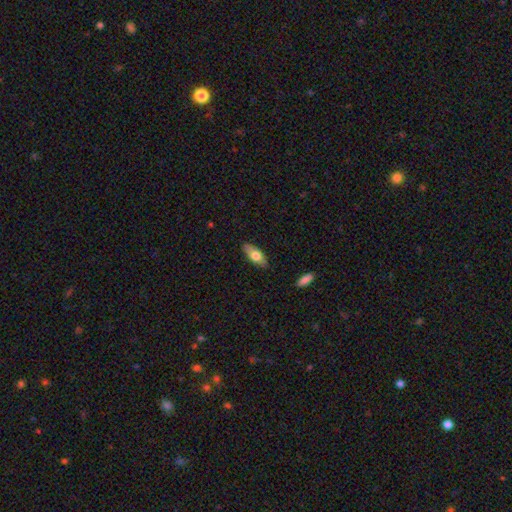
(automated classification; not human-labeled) Q: Smooth or featured?
A: smooth (67%); runner-up: featured or disk (27%)
Q: How rounded?
A: in between (78%); runner-up: cigar-shaped (19%)
Q: Merging?
A: none (84%); runner-up: minor disturbance (13%)